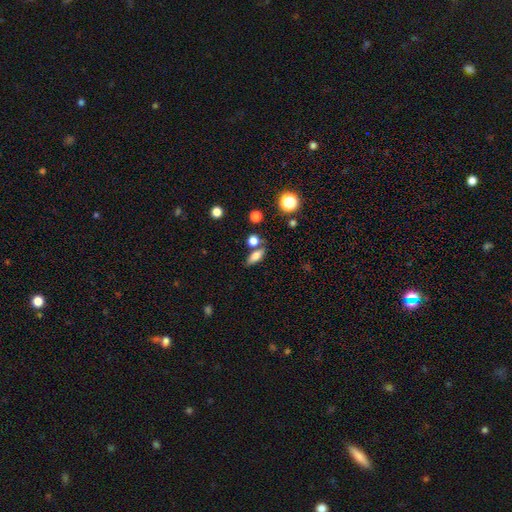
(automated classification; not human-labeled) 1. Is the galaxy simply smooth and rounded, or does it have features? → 76% smooth, 13% featured or disk, 11% star or artifact.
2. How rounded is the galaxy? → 69% in between, 22% cigar-shaped, 9% round.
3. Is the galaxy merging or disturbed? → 69% none, 14% merger, 13% minor disturbance, 4% major disturbance.